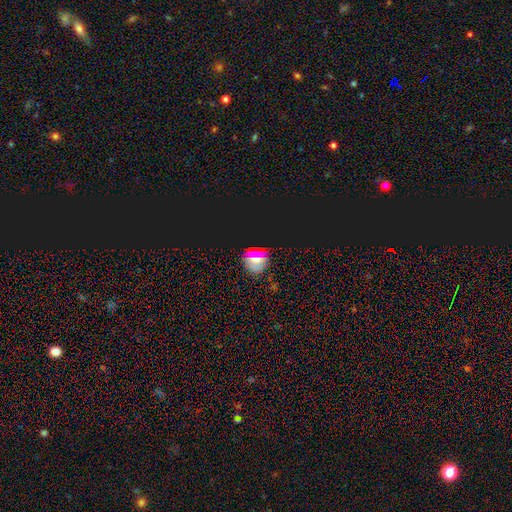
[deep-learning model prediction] Smooth or featured: star or artifact — 51% (smooth — 38%)